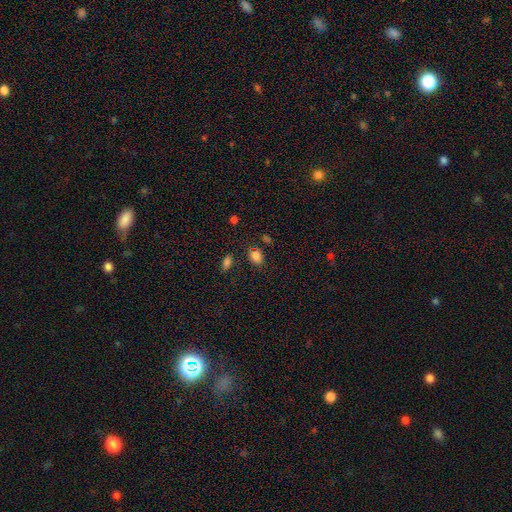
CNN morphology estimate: The model was most divided on "smooth or featured": smooth: 75%, star or artifact: 20%, featured or disk: 5%. More confident: how rounded — in between (80%); merging — none (77%).